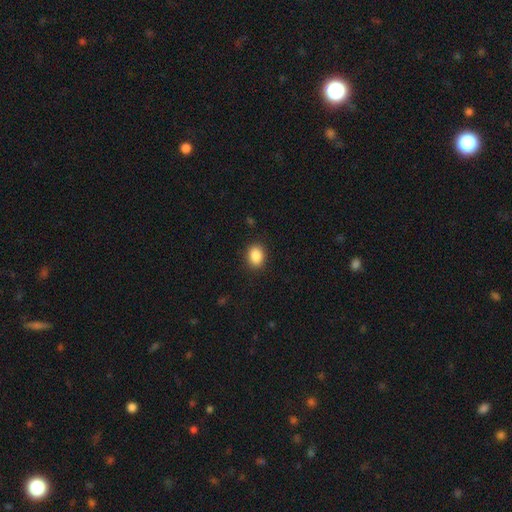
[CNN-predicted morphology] This is clearly a smooth galaxy (88%). How rounded: possibly in between (53%). Merging: clearly none (89%).